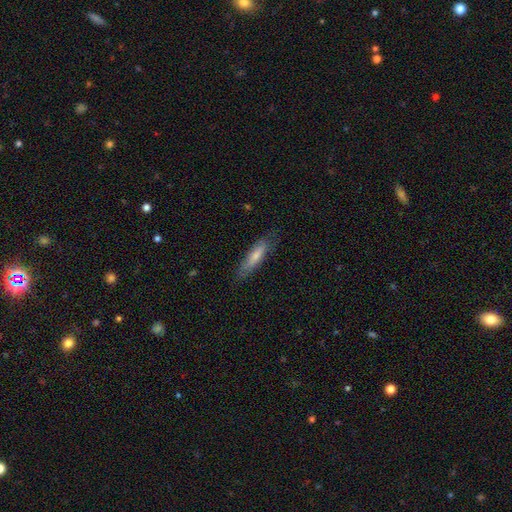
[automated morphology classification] Q: Smooth or featured?
A: smooth (68%); runner-up: featured or disk (27%)
Q: How rounded?
A: cigar-shaped (66%); runner-up: in between (32%)
Q: Merging?
A: none (75%); runner-up: minor disturbance (19%)